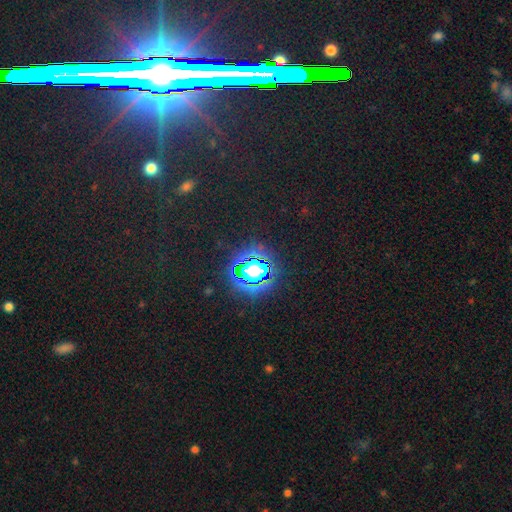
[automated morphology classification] smooth-or-featured: star or artifact: 82% | smooth: 10% | featured or disk: 8%